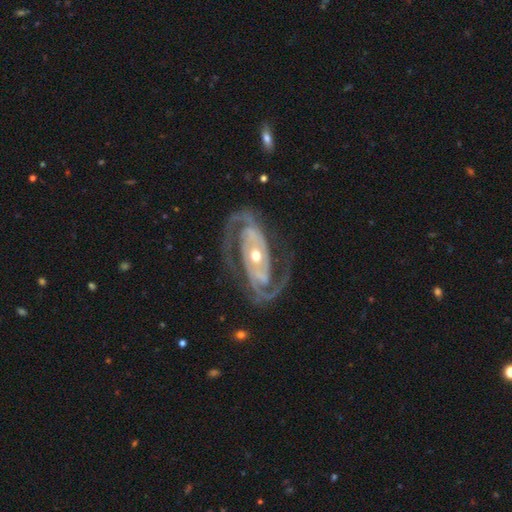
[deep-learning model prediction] A featured or disk galaxy (93%) with no bar (45%), 2 (91%) medium (46%) spiral arms (98%) and a moderate central bulge (57%). Merging: none (80%).